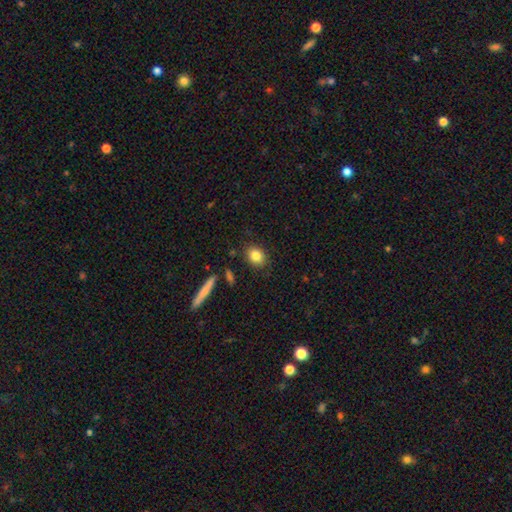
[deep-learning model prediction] A smooth galaxy with no disk features (83%) that is in between round and cigar-shaped (55%).

Vote fractions:
- Smooth or featured? smooth: 83% / star or artifact: 9% / featured or disk: 8%
- How rounded? in between: 55% / round: 43% / cigar-shaped: 2%
- Merging? none: 85% / minor disturbance: 10% / major disturbance: 3% / merger: 2%